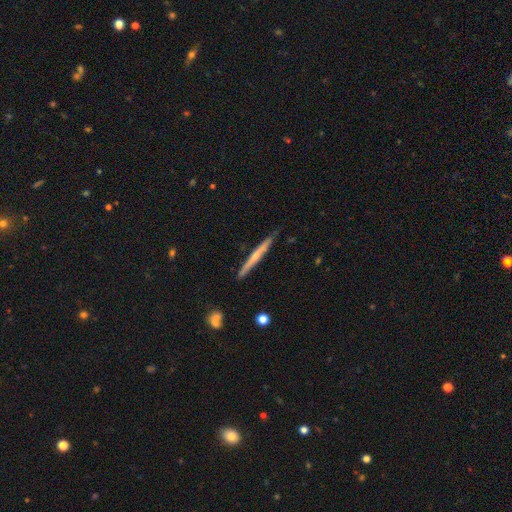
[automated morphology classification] The model was most divided on "edge-on bulge": none: 55%, rounded: 40%, boxy: 5%. More confident: edge-on disk — yes (97%); merging — none (86%); smooth or featured — featured or disk (56%).